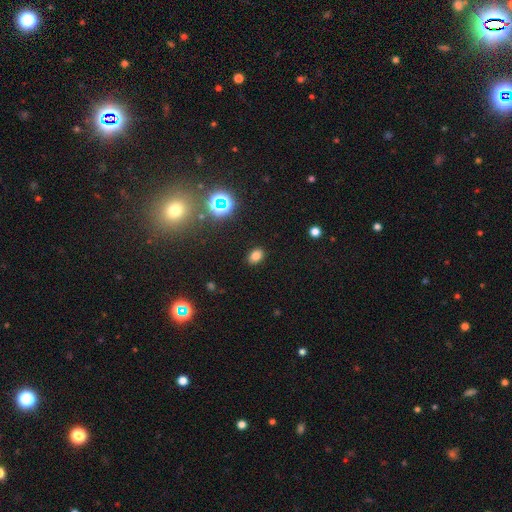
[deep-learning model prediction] Morphology: type=smooth (77%); roundness=in between (77%); merging=none (88%).